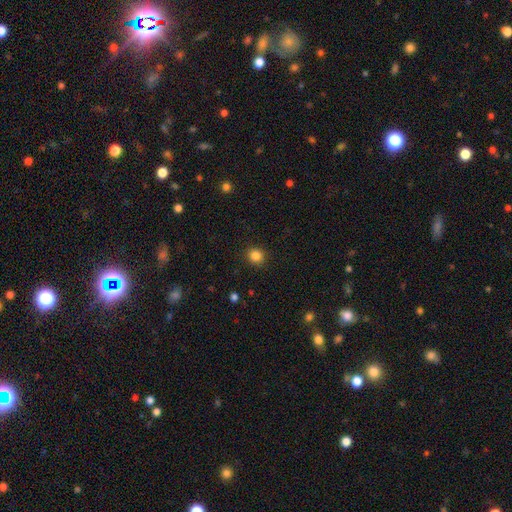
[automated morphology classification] This is clearly a smooth galaxy (84%). How rounded: clearly round (89%). Merging: clearly none (91%).